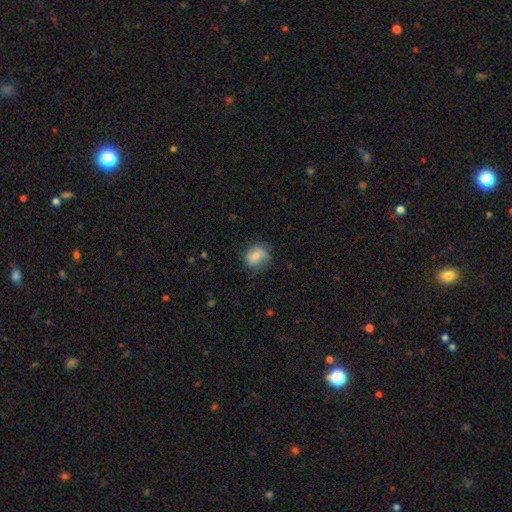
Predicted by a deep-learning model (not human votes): smooth 61%, featured or disk 30%, star or artifact 8%. Down the decision tree: how rounded — round (65%); merging — none (63%).